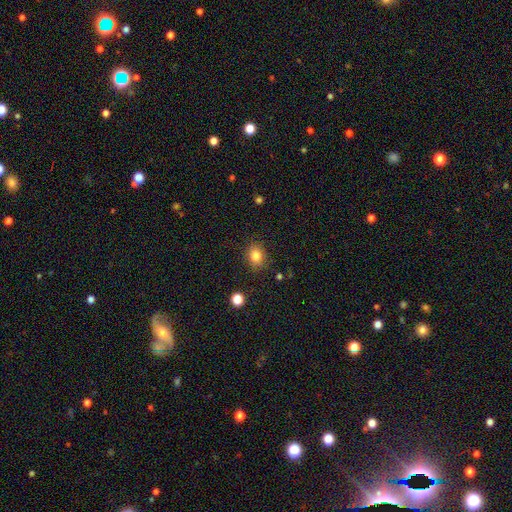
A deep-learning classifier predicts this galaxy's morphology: Smooth or featured? Predicted: smooth (p=0.83). How rounded? Predicted: in between (p=0.50). Merging? Predicted: none (p=0.85).